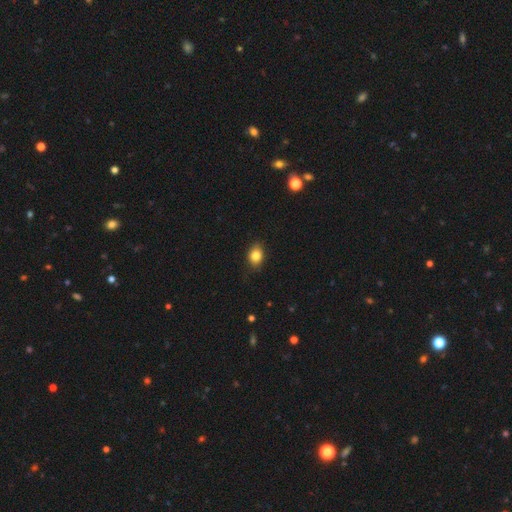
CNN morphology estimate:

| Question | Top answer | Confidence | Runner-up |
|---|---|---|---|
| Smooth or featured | smooth | 83% | star or artifact (10%) |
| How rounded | in between | 68% | round (31%) |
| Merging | none | 82% | minor disturbance (14%) |